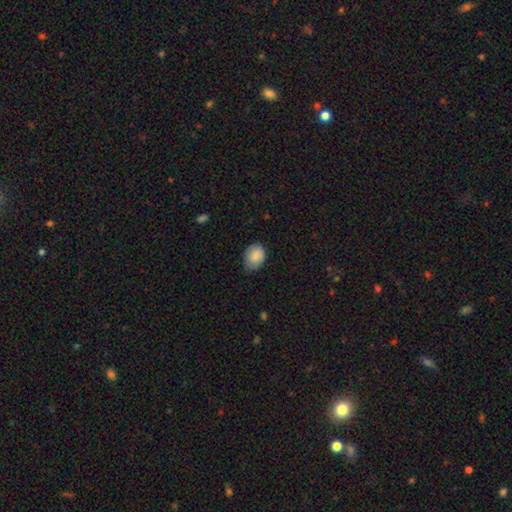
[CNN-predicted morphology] This appears to be a smooth galaxy with no disk features (84%) that is in between round and cigar-shaped (67%). Merging: none (72%).